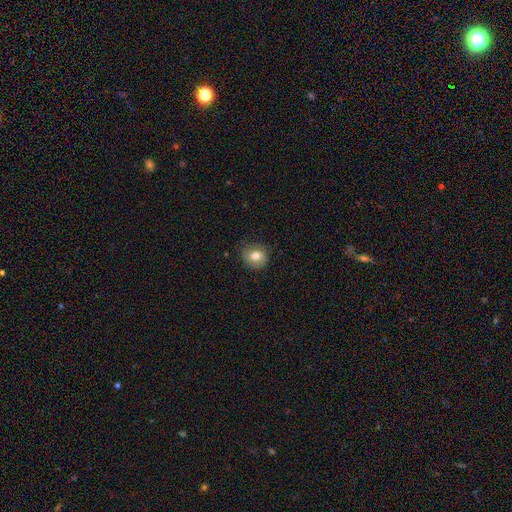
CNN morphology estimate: Q: Smooth or featured?
A: smooth (73%); runner-up: featured or disk (17%)
Q: How rounded?
A: round (75%); runner-up: in between (24%)
Q: Merging?
A: none (80%); runner-up: minor disturbance (15%)